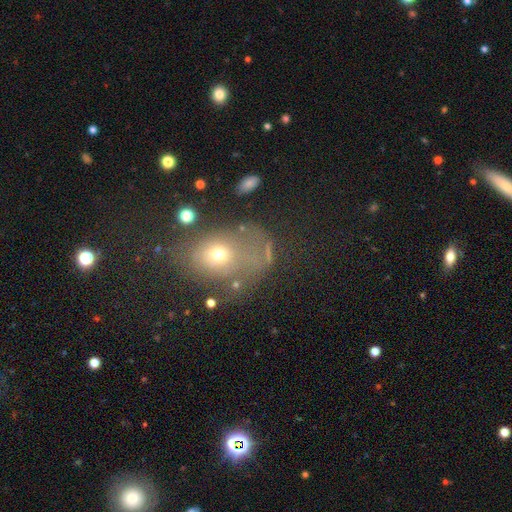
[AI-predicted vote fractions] smooth-or-featured: smooth: 52% | featured or disk: 25% | star or artifact: 23%
  how-rounded: in between: 57% | round: 42% | cigar-shaped: 2%
  merging: none: 45% | major disturbance: 26% | minor disturbance: 21% | merger: 7%